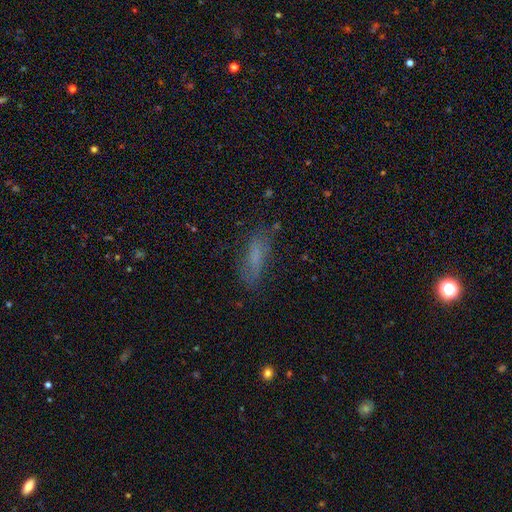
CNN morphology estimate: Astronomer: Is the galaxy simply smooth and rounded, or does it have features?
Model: smooth — 65%.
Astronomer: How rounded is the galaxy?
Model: cigar-shaped — 51% (runner-up: in between, 46%).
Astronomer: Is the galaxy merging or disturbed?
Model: none — 69%.